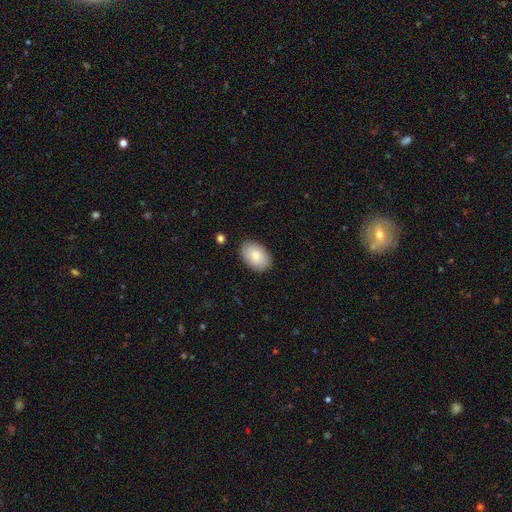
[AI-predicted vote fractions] Smooth or featured: smooth — 82% (featured or disk — 12%)
How rounded: in between — 91% (round — 8%)
Merging: none — 87% (minor disturbance — 10%)